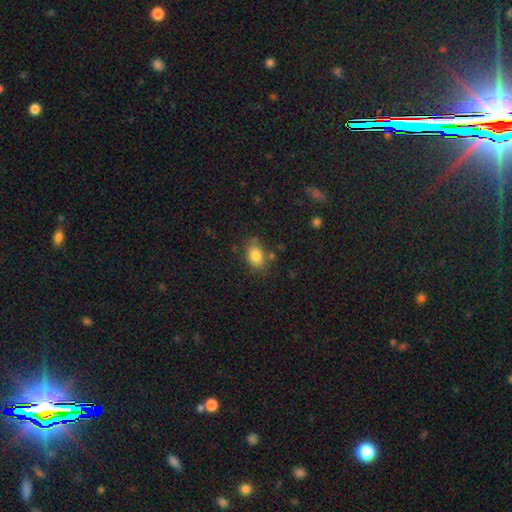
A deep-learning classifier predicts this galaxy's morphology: type=smooth (83%); roundness=in between (78%); merging=none (72%).